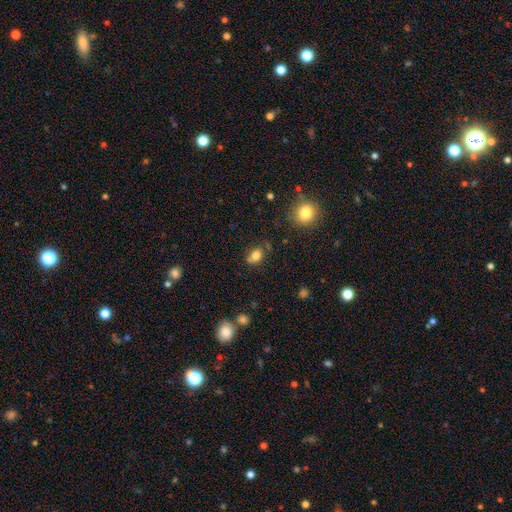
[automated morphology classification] A smooth galaxy with no disk features (79%) that is in between round and cigar-shaped (63%).

Vote fractions:
- Smooth or featured? smooth: 79% / star or artifact: 12% / featured or disk: 9%
- How rounded? in between: 63% / round: 36% / cigar-shaped: 2%
- Merging? none: 67% / minor disturbance: 20% / merger: 7% / major disturbance: 5%